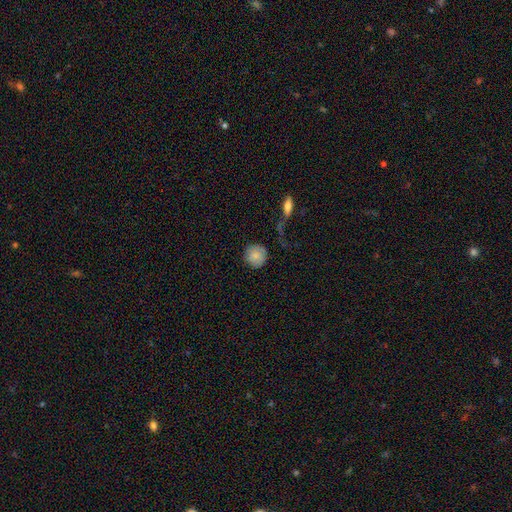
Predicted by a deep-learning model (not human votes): A smooth galaxy with no disk features (82%) that is round (93%).

Vote fractions:
- Smooth or featured? smooth: 82% / featured or disk: 11% / star or artifact: 7%
- How rounded? round: 93% / in between: 6% / cigar-shaped: 1%
- Merging? none: 79% / minor disturbance: 11% / major disturbance: 6% / merger: 4%